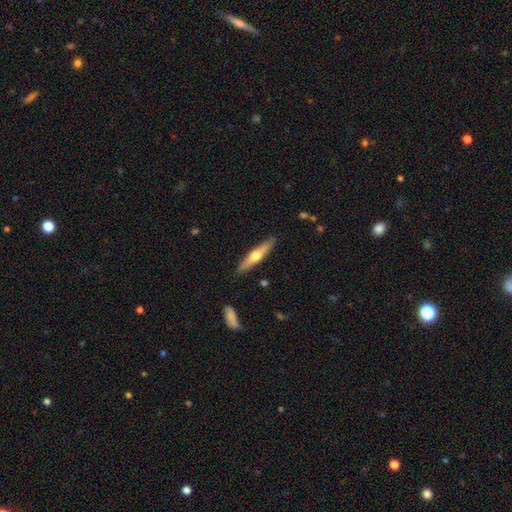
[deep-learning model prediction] Overall: featured or disk (57%; smooth 37%). Edge-on disk: yes (95%). Edge-on bulge: rounded (93%). Merging: none (88%).